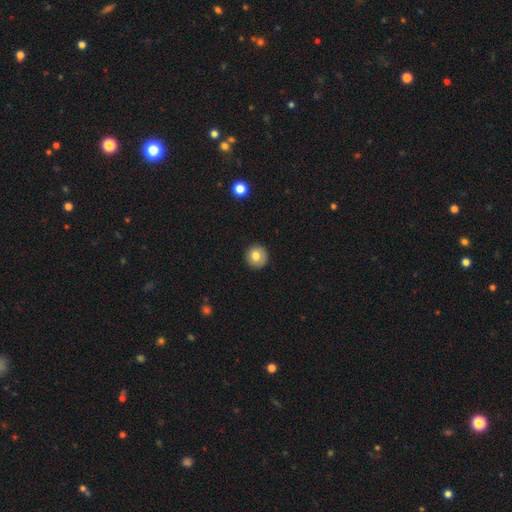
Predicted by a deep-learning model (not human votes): Morphology: type=smooth (79%); roundness=round (94%); merging=none (91%).